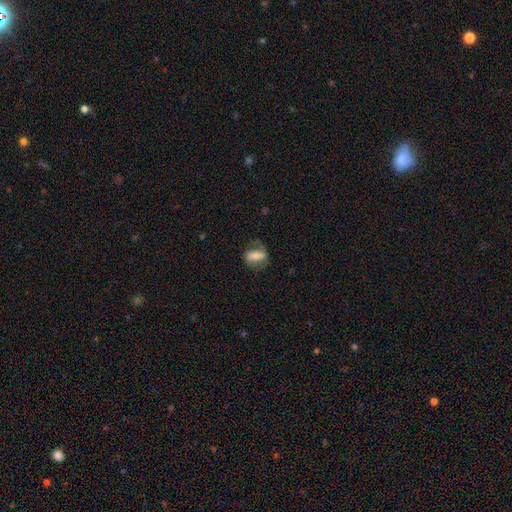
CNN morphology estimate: A smooth galaxy with no disk features (54%) that is in between round and cigar-shaped (70%).

Vote fractions:
- Smooth or featured? smooth: 54% / featured or disk: 38% / star or artifact: 8%
- How rounded? in between: 70% / round: 18% / cigar-shaped: 12%
- Merging? none: 67% / minor disturbance: 20% / major disturbance: 12% / merger: 2%